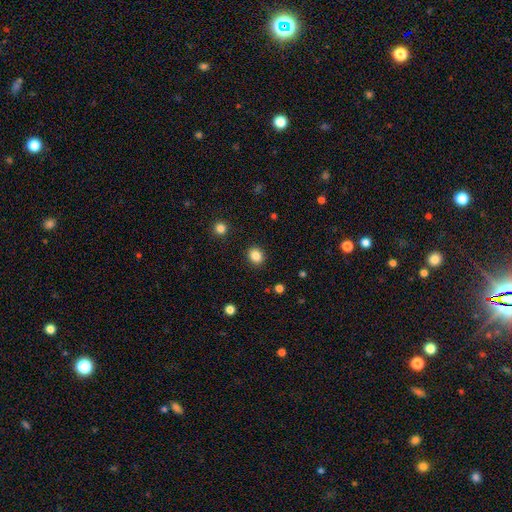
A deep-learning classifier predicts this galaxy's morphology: smooth_or_featured: smooth (p=0.85) [alt: star or artifact p=0.11]
how_rounded: round (p=0.66) [alt: in between p=0.33]
merging: none (p=0.90) [alt: minor disturbance p=0.07]